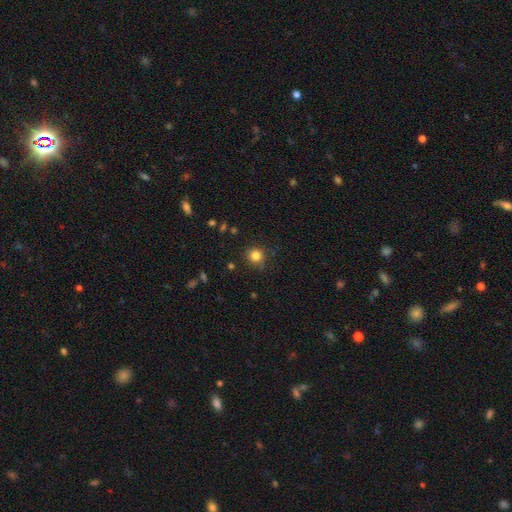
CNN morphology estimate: This is clearly a smooth galaxy (82%). How rounded: clearly round (91%). Merging: clearly none (83%).